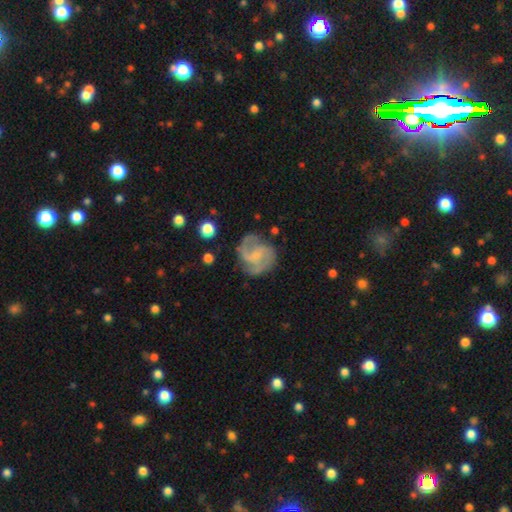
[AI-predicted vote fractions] Overall: featured or disk (82%). Edge-on disk: no (98%). Bar: no (47%; weak 44%). Spiral arms: yes (95%). Spiral arm count: 2 (59%; 3 20%). Spiral winding: medium (54%; tight 24%). Bulge size: small (63%). Merging: none (68%).